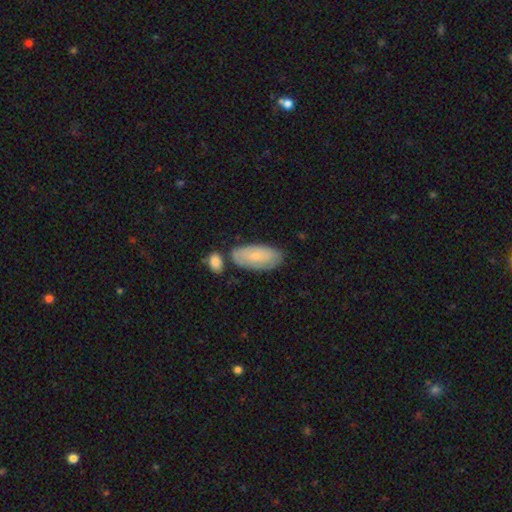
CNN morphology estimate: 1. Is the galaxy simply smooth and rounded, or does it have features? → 67% smooth, 27% featured or disk, 6% star or artifact.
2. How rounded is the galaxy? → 91% in between, 7% cigar-shaped, 2% round.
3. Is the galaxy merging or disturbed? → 62% none, 21% minor disturbance, 12% merger, 5% major disturbance.